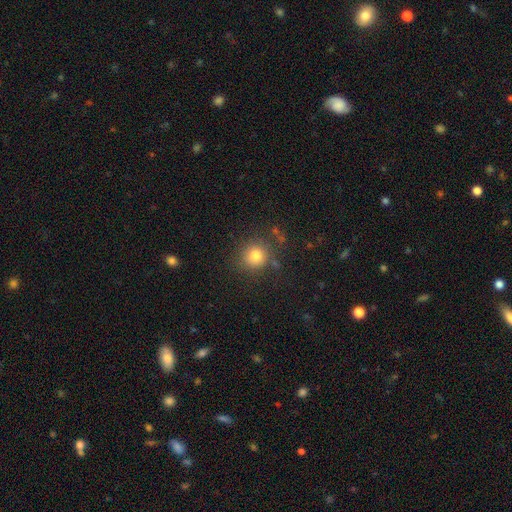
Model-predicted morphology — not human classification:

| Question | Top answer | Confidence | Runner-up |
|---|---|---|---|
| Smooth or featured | smooth | 79% | star or artifact (14%) |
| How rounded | round | 90% | in between (9%) |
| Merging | none | 82% | minor disturbance (11%) |